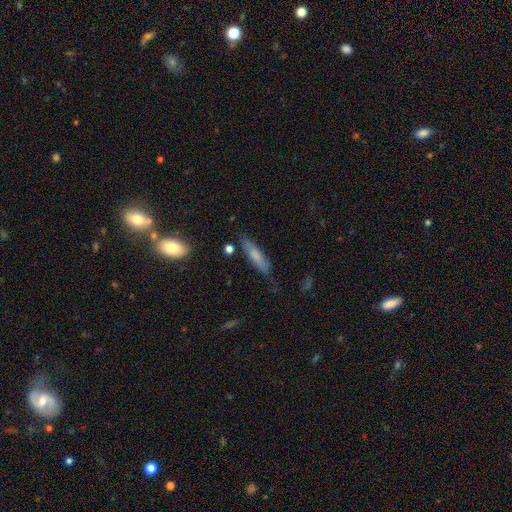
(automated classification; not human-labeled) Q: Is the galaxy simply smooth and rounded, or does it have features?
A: smooth — 65%.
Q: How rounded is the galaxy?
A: cigar-shaped — 71%.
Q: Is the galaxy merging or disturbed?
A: none — 71%.